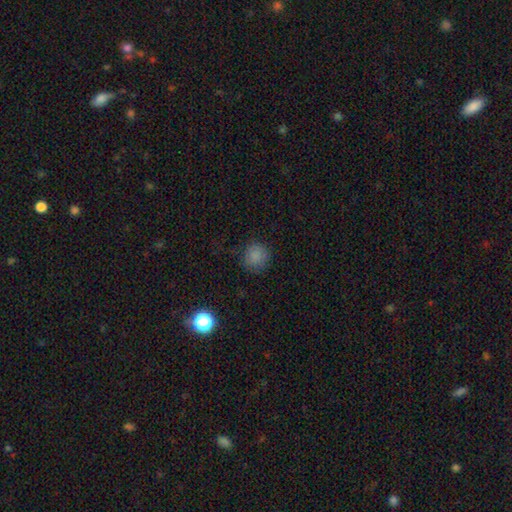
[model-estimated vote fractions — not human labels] Smooth or featured? Predicted: smooth (p=0.83). How rounded? Predicted: round (p=0.91). Merging? Predicted: none (p=0.80).